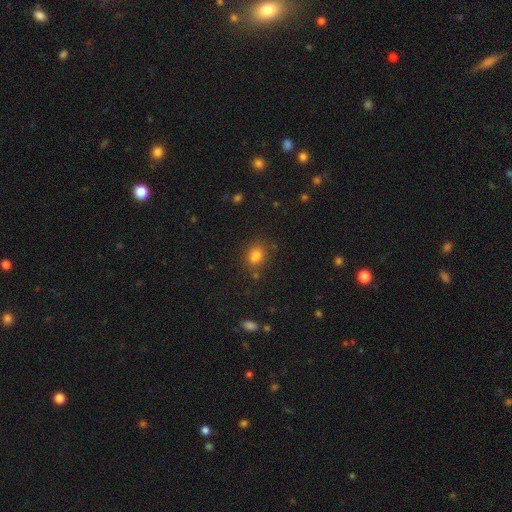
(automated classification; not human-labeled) The model was most divided on "how rounded": in between: 59%, round: 39%, cigar-shaped: 1%. More confident: smooth or featured — smooth (81%); merging — none (73%).